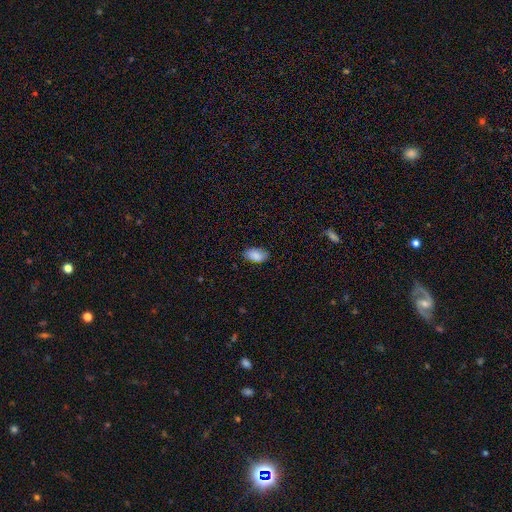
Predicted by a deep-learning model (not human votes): smooth_or_featured: smooth (p=0.88) [alt: star or artifact p=0.07]
how_rounded: in between (p=0.94) [alt: round p=0.04]
merging: none (p=0.83) [alt: minor disturbance p=0.13]